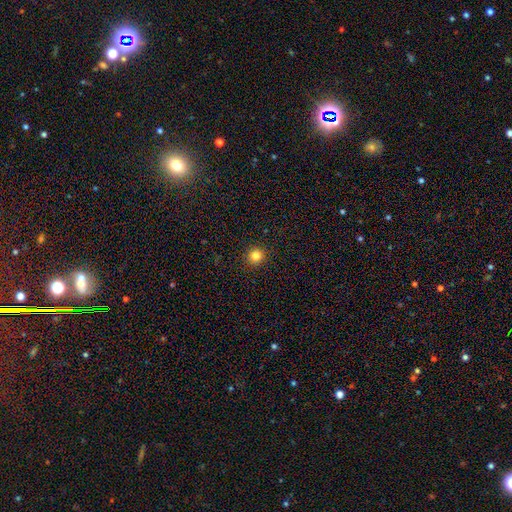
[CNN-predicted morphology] This is clearly a smooth galaxy (82%). How rounded: clearly round (94%). Merging: clearly none (93%).